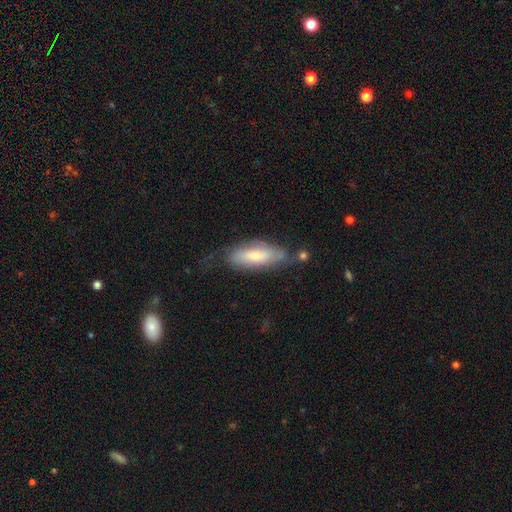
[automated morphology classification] Smooth or featured? Predicted: smooth (p=0.57). How rounded? Predicted: in between (p=0.65). Merging? Predicted: none (p=0.50).